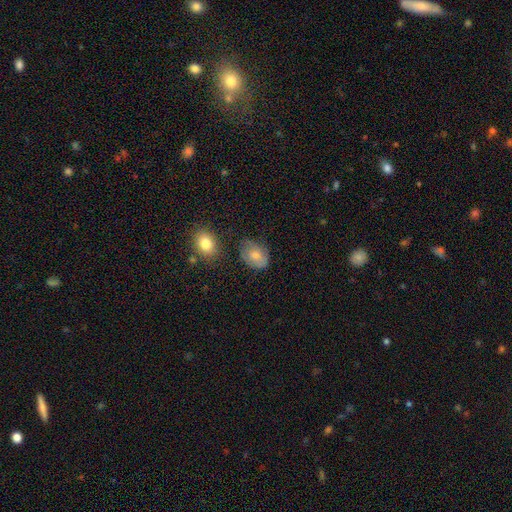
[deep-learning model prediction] smooth-or-featured: smooth: 72% | featured or disk: 20% | star or artifact: 8%
  how-rounded: in between: 75% | round: 24% | cigar-shaped: 1%
  merging: none: 59% | minor disturbance: 30% | major disturbance: 8% | merger: 4%